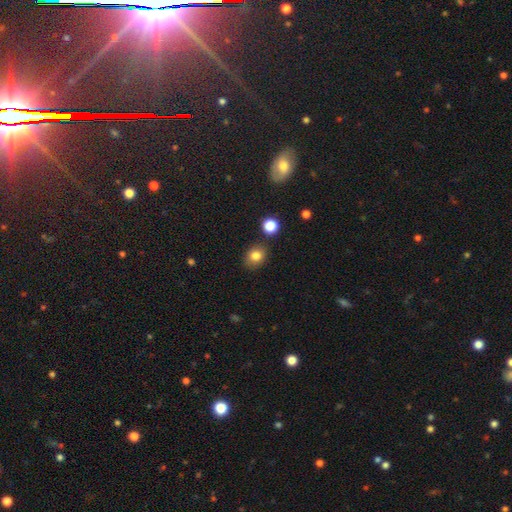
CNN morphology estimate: This is clearly a smooth galaxy (81%). How rounded: possibly round (53%). Merging: clearly none (81%).